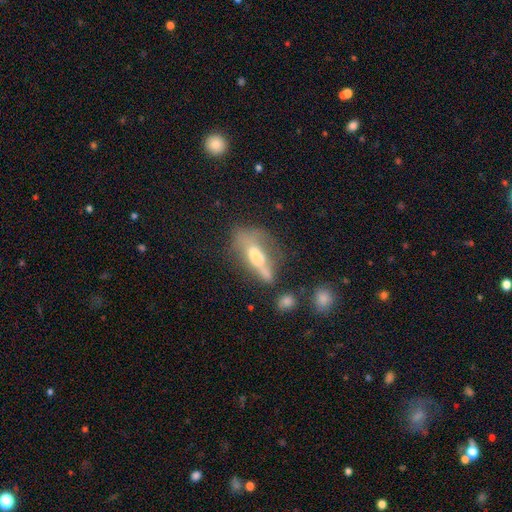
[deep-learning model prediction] This appears to be a featured or disk galaxy (47%). Merging: major disturbance (30%).